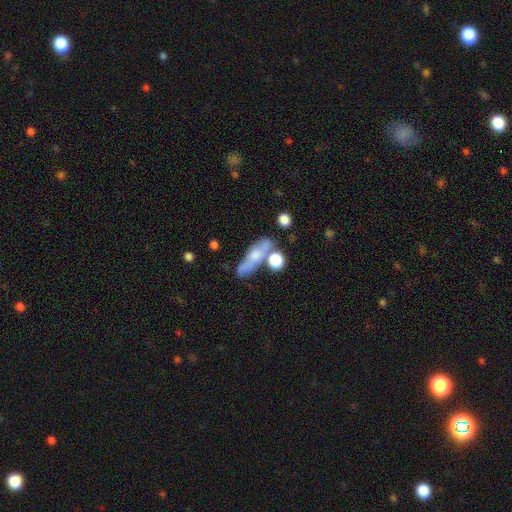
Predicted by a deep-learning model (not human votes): Smooth or featured?
  - smooth: 51% *
  - featured or disk: 38%
  - star or artifact: 11%
How rounded?
  - cigar-shaped: 47% *
  - in between: 39%
  - round: 14%
Merging?
  - none: 50% *
  - merger: 23%
  - minor disturbance: 17%
  - major disturbance: 10%